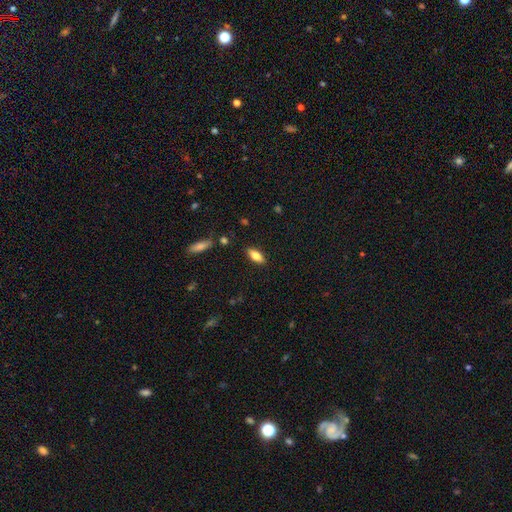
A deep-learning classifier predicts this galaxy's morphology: Q: Smooth or featured?
A: smooth (72%); runner-up: featured or disk (20%)
Q: How rounded?
A: in between (79%); runner-up: cigar-shaped (18%)
Q: Merging?
A: none (86%); runner-up: minor disturbance (9%)